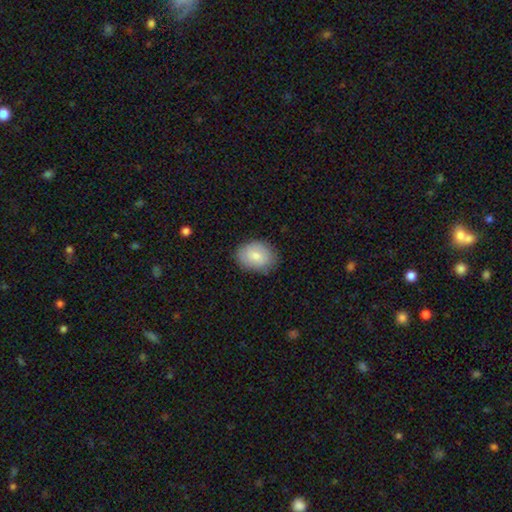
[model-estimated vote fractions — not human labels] Smooth or featured: smooth — 79% (featured or disk — 14%)
How rounded: in between — 68% (round — 31%)
Merging: none — 82% (minor disturbance — 14%)